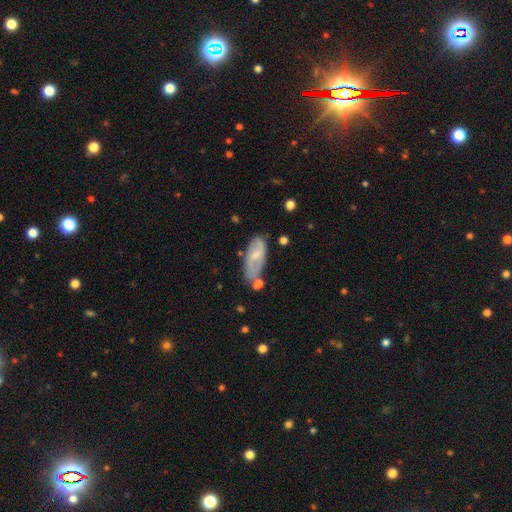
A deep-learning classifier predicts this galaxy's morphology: This appears to be a smooth galaxy with no disk features (50%). Merging: none (60%).